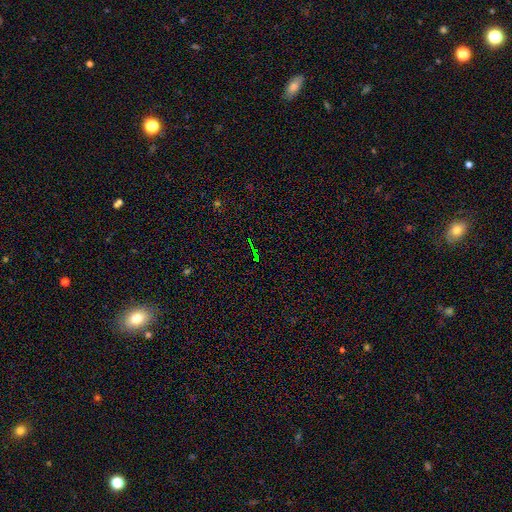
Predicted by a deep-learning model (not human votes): Smooth or featured?
  - star or artifact: 75% *
  - smooth: 14%
  - featured or disk: 11%